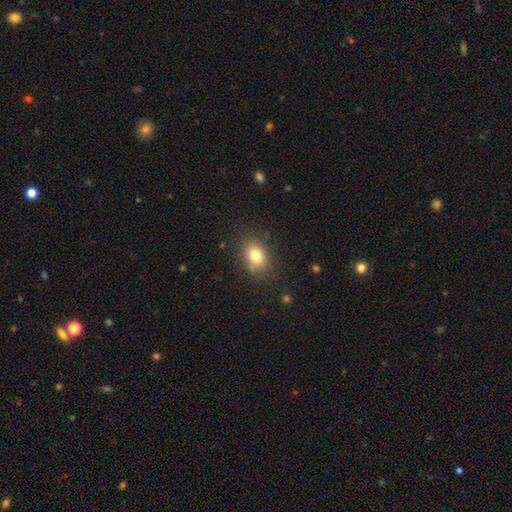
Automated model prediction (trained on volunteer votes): Smooth or featured? Predicted: smooth (p=0.79). How rounded? Predicted: in between (p=0.67). Merging? Predicted: none (p=0.81).